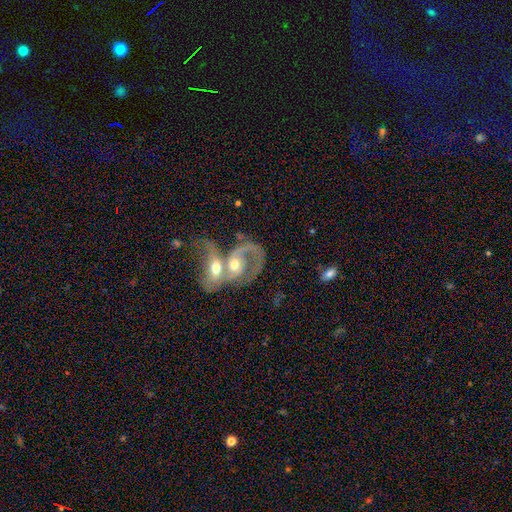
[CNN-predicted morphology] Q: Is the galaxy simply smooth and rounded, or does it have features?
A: featured or disk — 76%.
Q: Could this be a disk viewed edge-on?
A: no — 94%.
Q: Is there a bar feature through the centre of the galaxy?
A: no — 57%.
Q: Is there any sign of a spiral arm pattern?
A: yes — 77%.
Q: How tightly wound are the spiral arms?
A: medium — 40%.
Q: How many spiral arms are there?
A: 2 — 47%.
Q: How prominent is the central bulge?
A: moderate — 68%.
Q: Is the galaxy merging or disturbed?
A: merger — 73%.